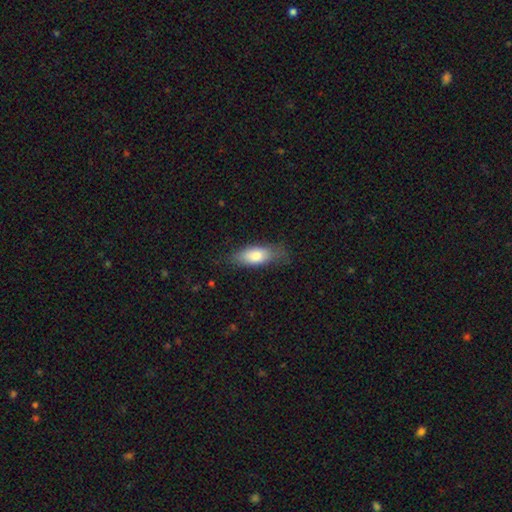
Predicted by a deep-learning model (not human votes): This is likely a smooth galaxy (77%). How rounded: likely in between (77%). Merging: likely none (69%).